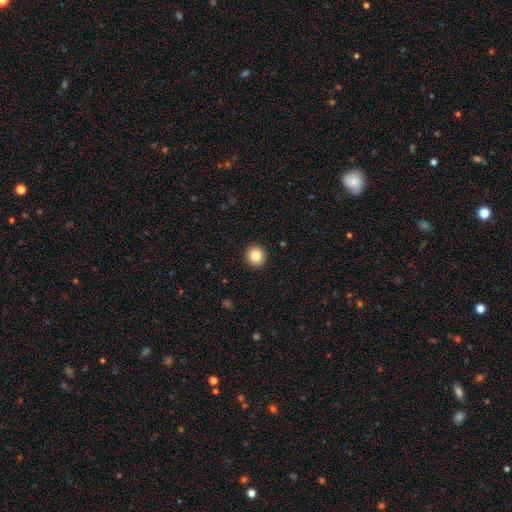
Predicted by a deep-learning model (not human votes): This is clearly a smooth galaxy (84%). How rounded: clearly round (93%). Merging: clearly none (93%).